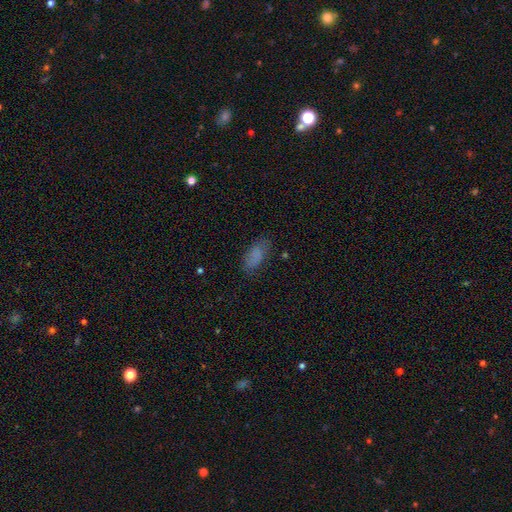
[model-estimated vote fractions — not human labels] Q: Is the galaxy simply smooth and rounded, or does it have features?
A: smooth — 77%.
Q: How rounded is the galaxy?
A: in between — 89%.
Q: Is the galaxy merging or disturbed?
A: none — 74%.